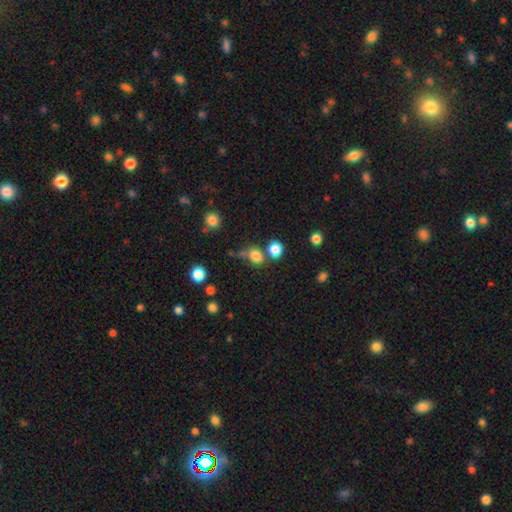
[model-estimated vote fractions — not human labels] This appears to be a smooth galaxy with no disk features (80%) that is round (59%). Merging: none (55%).